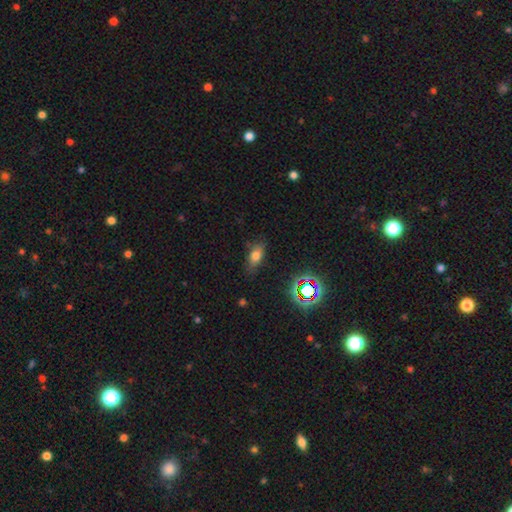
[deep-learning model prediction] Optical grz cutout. It shows a smooth galaxy with no disk features (70%) that is in between round and cigar-shaped (80%). Merging: none (76%).